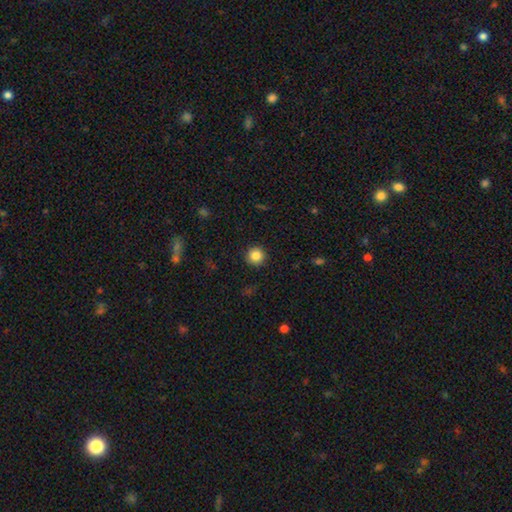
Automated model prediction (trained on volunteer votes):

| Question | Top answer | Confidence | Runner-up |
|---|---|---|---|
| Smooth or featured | smooth | 85% | star or artifact (10%) |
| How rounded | round | 95% | in between (4%) |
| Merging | none | 92% | minor disturbance (5%) |